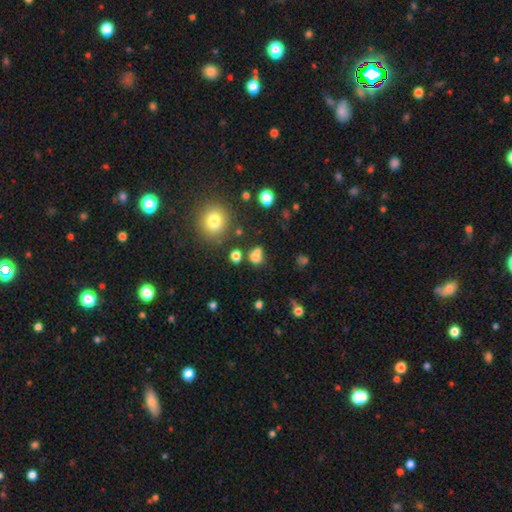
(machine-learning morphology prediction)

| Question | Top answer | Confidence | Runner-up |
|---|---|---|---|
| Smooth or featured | smooth | 73% | star or artifact (17%) |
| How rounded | round | 58% | in between (41%) |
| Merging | none | 47% | merger (32%) |